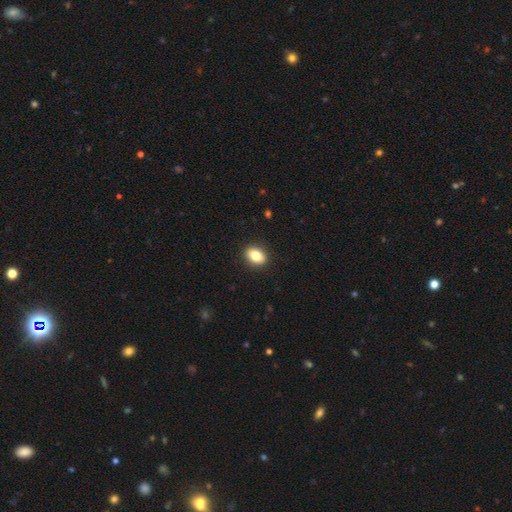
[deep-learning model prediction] smooth 82%, featured or disk 10%, star or artifact 8%. Down the decision tree: how rounded — in between (78%); merging — none (91%).